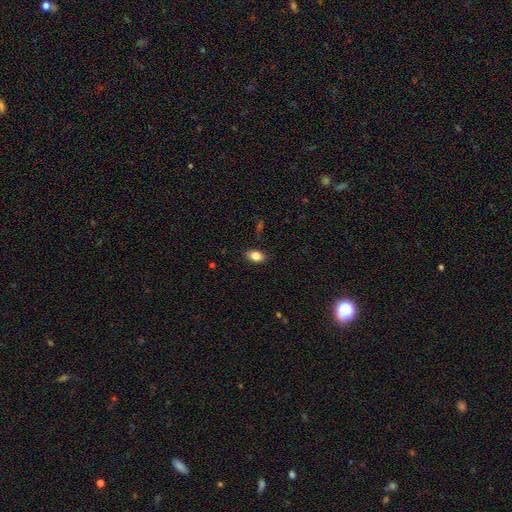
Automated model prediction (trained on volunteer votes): This appears to be a smooth galaxy with no disk features (83%) that is in between round and cigar-shaped (87%). Merging: none (86%).